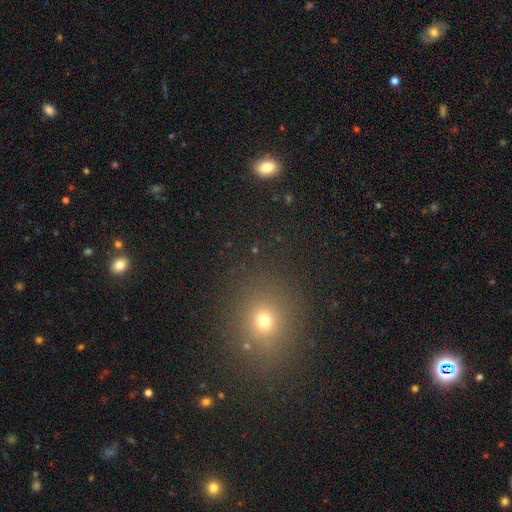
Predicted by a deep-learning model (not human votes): This is possibly a smooth galaxy (57%). How rounded: likely round (71%). Merging: clearly none (89%).